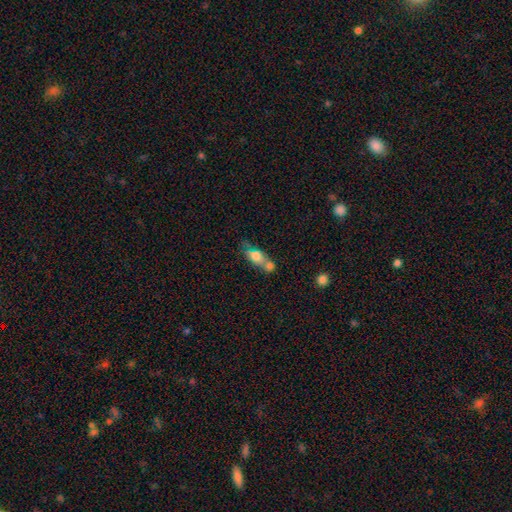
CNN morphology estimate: This appears to be a smooth galaxy with no disk features (64%) that is in between round and cigar-shaped (65%). Merging: merger (53%).